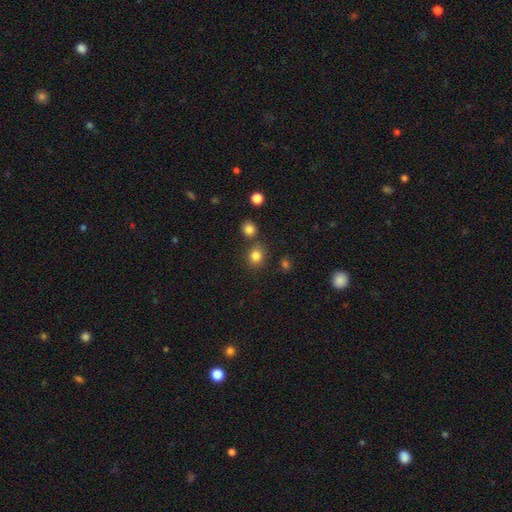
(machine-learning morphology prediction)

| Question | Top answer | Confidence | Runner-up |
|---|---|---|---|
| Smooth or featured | smooth | 82% | star or artifact (13%) |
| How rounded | round | 69% | in between (30%) |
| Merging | none | 73% | merger (12%) |